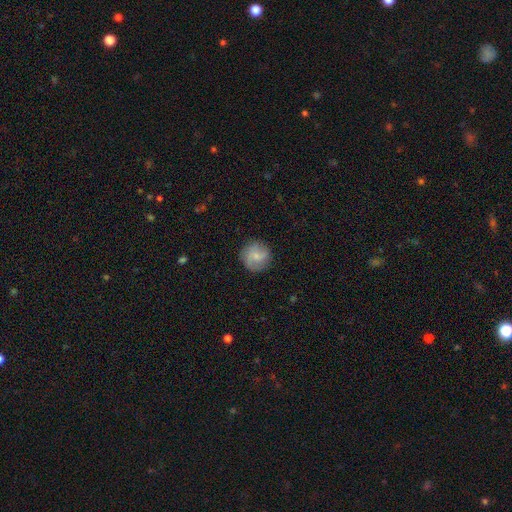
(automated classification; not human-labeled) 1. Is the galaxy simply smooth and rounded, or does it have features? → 59% smooth, 33% featured or disk, 7% star or artifact.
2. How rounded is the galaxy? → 94% round, 5% in between, 1% cigar-shaped.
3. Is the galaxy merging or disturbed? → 84% none, 12% minor disturbance, 4% major disturbance, 1% merger.